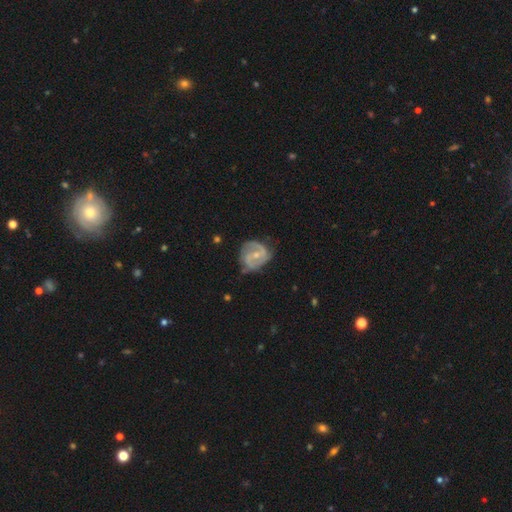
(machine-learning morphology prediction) type=featured or disk (81%); edge-on=no (98%); bar=weak (47%); spiral arms=yes (92%); winding=medium (46%); arm count=2 (76%); bulge=small (53%); merging=none (60%).